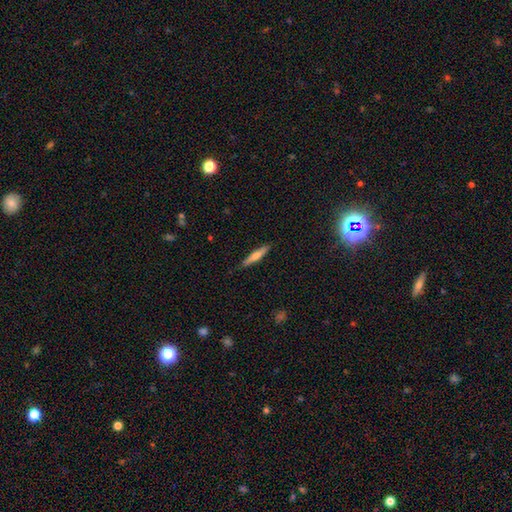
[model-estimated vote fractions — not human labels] smooth_or_featured: smooth (p=0.52) [alt: featured or disk p=0.42]
how_rounded: cigar-shaped (p=0.89) [alt: in between p=0.09]
merging: none (p=0.89) [alt: minor disturbance p=0.09]